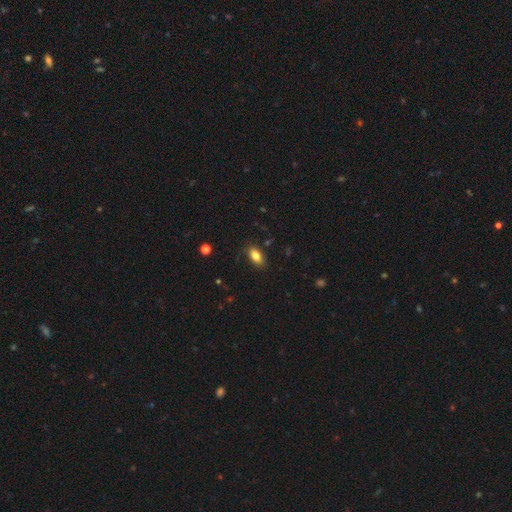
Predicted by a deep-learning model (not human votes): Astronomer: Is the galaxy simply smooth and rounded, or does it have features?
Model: smooth — 83%.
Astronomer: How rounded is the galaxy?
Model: in between — 89%.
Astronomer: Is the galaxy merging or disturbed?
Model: none — 83%.